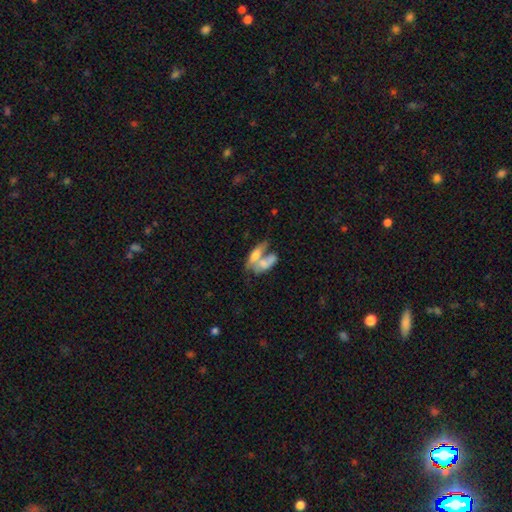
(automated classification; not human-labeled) Overall: smooth (56%; featured or disk 36%). How rounded: in between (78%). Merging: merger (68%).